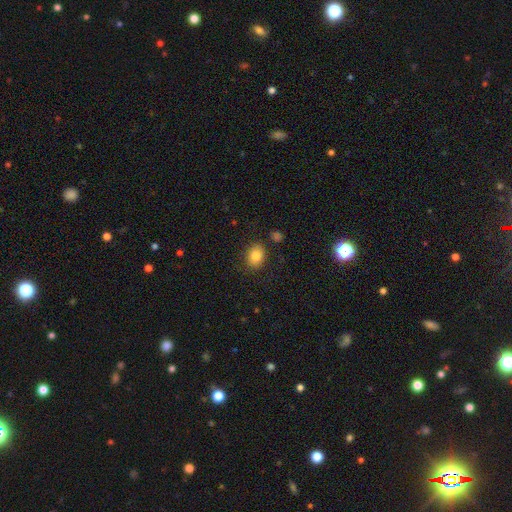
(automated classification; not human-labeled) Smooth or featured? smooth (84%)
How rounded? in between (63%)
Merging? none (82%)